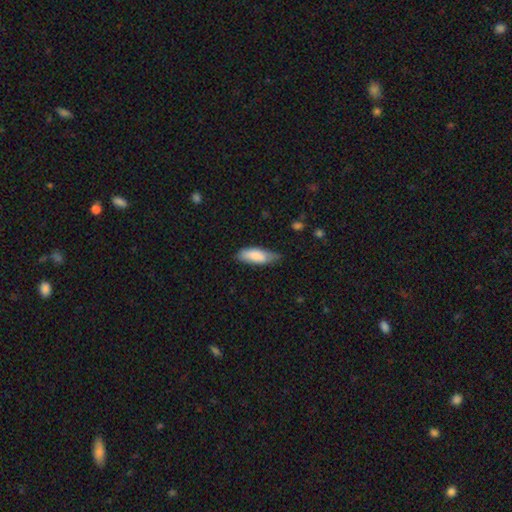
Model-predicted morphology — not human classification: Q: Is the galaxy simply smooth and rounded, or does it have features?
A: smooth — 80%.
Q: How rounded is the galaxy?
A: in between — 71%.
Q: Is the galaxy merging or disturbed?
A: none — 61%.